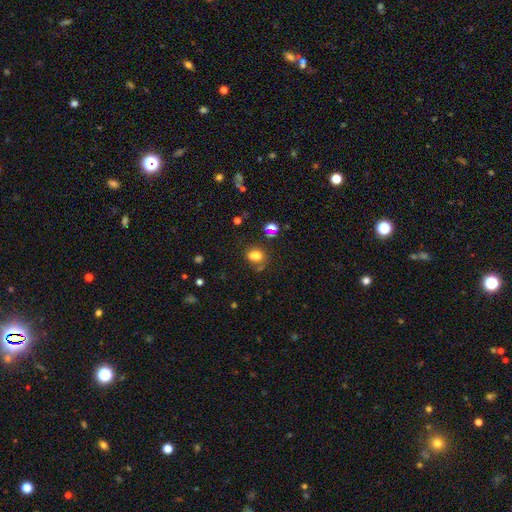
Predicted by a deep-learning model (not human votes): Smooth or featured: smooth — 74% (star or artifact — 17%)
How rounded: in between — 56% (round — 43%)
Merging: none — 56% (merger — 19%)